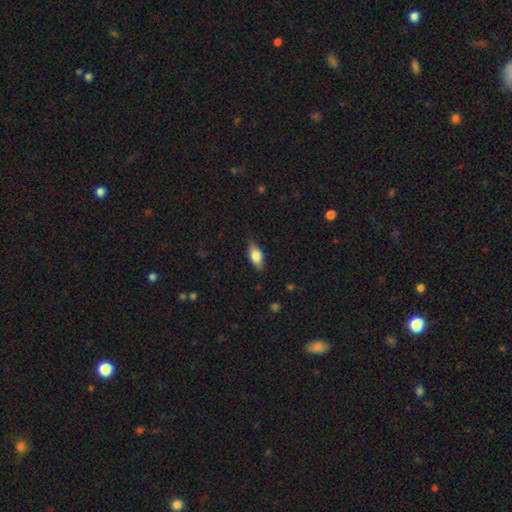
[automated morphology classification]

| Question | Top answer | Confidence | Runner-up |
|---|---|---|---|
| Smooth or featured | smooth | 79% | featured or disk (15%) |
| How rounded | in between | 87% | cigar-shaped (10%) |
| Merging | none | 80% | minor disturbance (16%) |